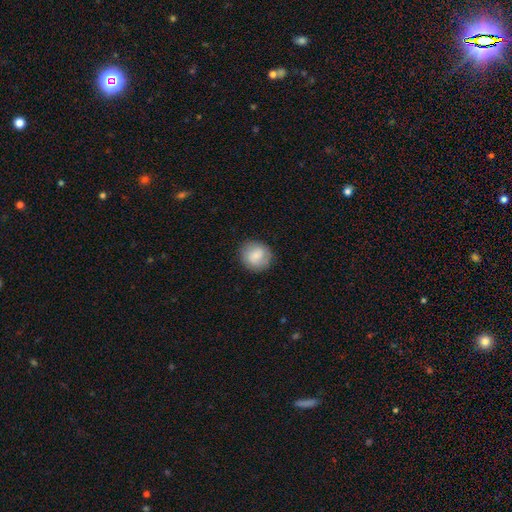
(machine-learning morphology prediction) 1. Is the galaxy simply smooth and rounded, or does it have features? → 80% smooth, 13% featured or disk, 7% star or artifact.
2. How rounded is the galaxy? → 86% round, 13% in between, 1% cigar-shaped.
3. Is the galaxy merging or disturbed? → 85% none, 11% minor disturbance, 3% major disturbance, 1% merger.